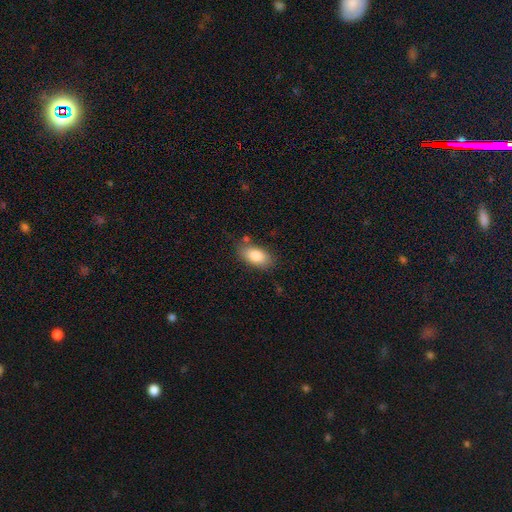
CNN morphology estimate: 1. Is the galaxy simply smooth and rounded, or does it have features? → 83% smooth, 10% featured or disk, 7% star or artifact.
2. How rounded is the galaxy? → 91% in between, 5% round, 4% cigar-shaped.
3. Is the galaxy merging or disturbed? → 77% none, 15% minor disturbance, 4% merger, 4% major disturbance.